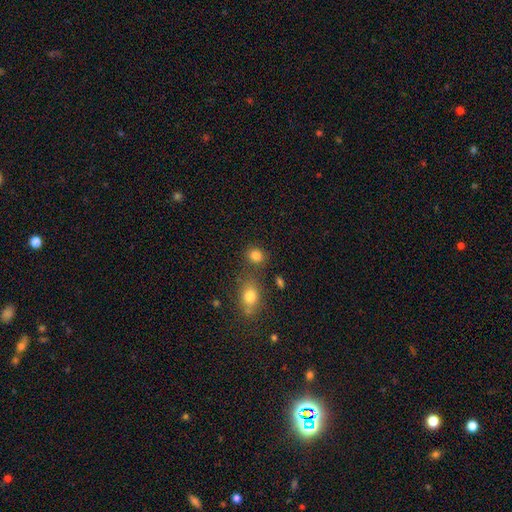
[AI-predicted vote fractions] smooth 82%, star or artifact 12%, featured or disk 6%. Down the decision tree: how rounded — round (70%); merging — none (72%).